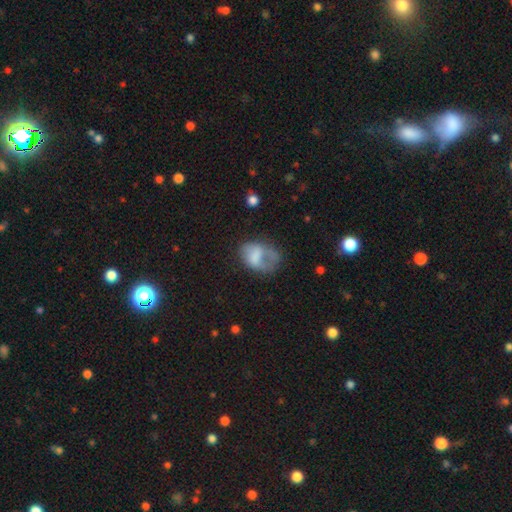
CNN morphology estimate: Smooth or featured?
  - smooth: 60% *
  - featured or disk: 30%
  - star or artifact: 10%
How rounded?
  - in between: 75% *
  - round: 24%
  - cigar-shaped: 1%
Merging?
  - major disturbance: 40% *
  - none: 27%
  - minor disturbance: 26%
  - merger: 7%